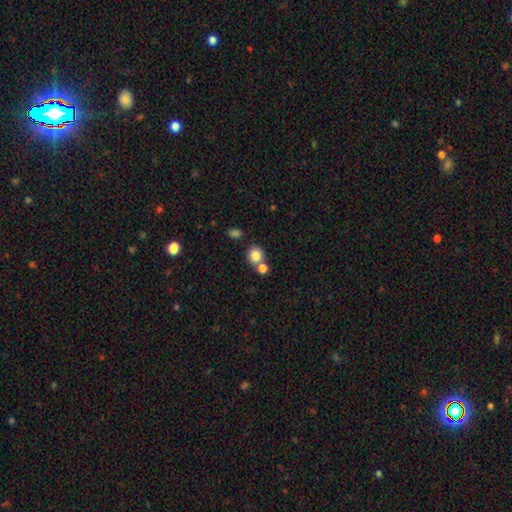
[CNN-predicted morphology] Smooth or featured?
  - smooth: 84% *
  - star or artifact: 10%
  - featured or disk: 6%
How rounded?
  - round: 84% *
  - in between: 15%
  - cigar-shaped: 1%
Merging?
  - none: 57% *
  - merger: 32%
  - minor disturbance: 8%
  - major disturbance: 3%